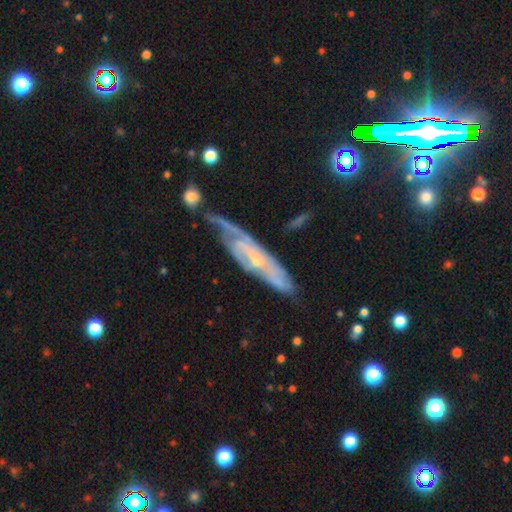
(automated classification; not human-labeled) Overall: featured or disk (74%). Edge-on disk: no (66%; yes 34%). Merging: none (59%; minor disturbance 26%).